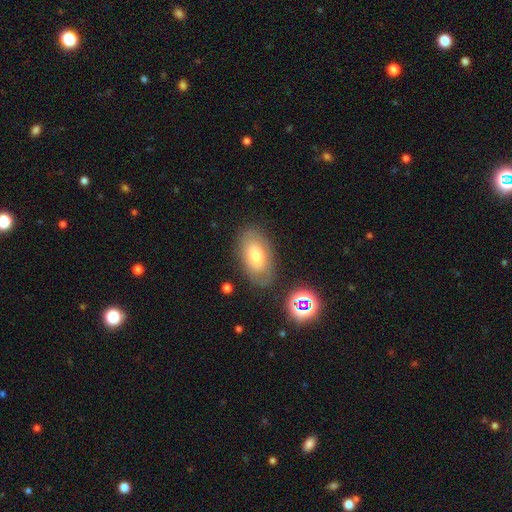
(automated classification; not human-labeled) A smooth galaxy with no disk features (58%) that is in between round and cigar-shaped (92%).

Vote fractions:
- Smooth or featured? smooth: 58% / featured or disk: 32% / star or artifact: 10%
- How rounded? in between: 92% / round: 6% / cigar-shaped: 2%
- Merging? none: 78% / minor disturbance: 15% / major disturbance: 5% / merger: 3%